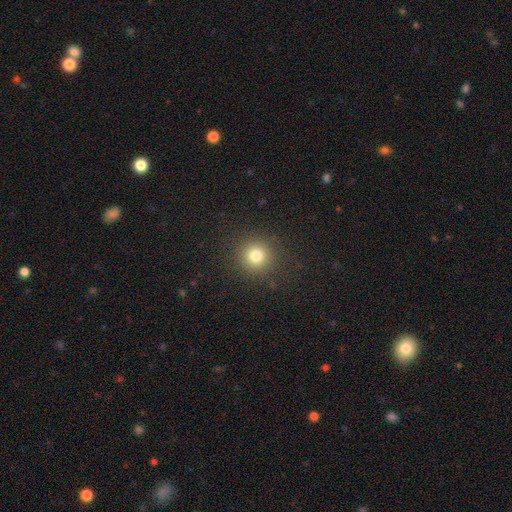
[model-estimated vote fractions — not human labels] Overall: smooth (78%). How rounded: round (94%). Merging: none (90%).